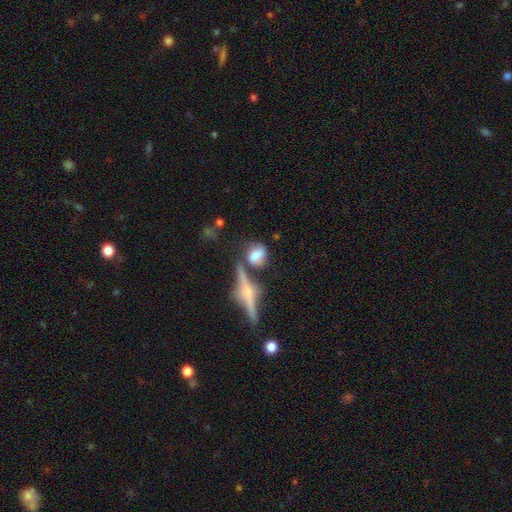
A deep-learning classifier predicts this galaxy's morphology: Smooth or featured? smooth (62%)
How rounded? in between (48%)
Merging? none (57%)